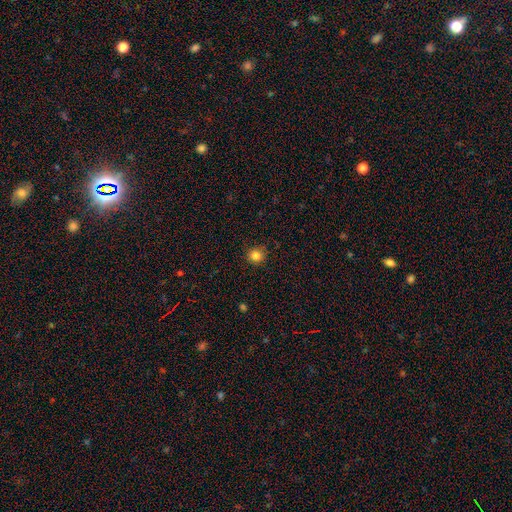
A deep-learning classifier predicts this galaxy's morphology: Smooth or featured? Predicted: smooth (p=0.84). How rounded? Predicted: round (p=0.93). Merging? Predicted: none (p=0.89).